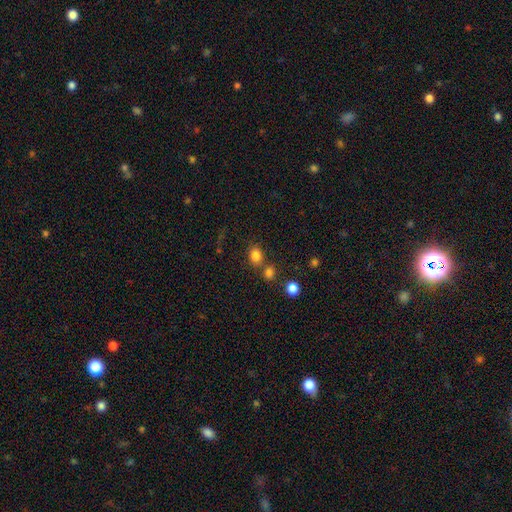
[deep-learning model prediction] Q: Smooth or featured?
A: smooth (82%); runner-up: star or artifact (13%)
Q: How rounded?
A: in between (52%); runner-up: round (47%)
Q: Merging?
A: none (63%); runner-up: merger (21%)